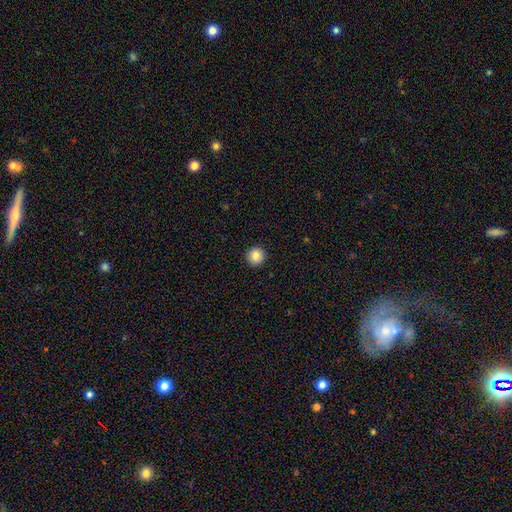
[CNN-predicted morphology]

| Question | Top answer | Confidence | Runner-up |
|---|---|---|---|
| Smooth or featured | smooth | 86% | star or artifact (9%) |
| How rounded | round | 96% | in between (3%) |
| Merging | none | 93% | minor disturbance (4%) |